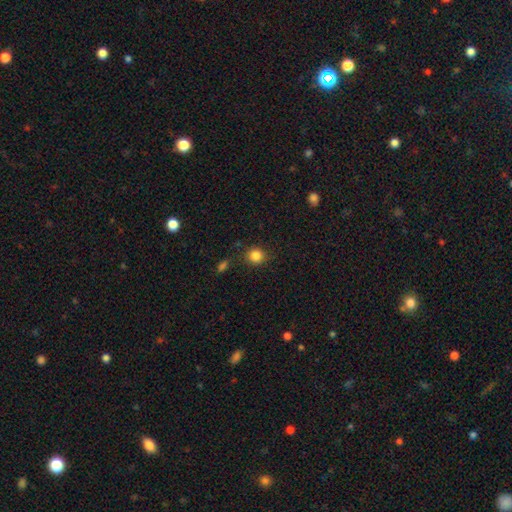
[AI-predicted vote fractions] Smooth or featured?
  - smooth: 85% *
  - star or artifact: 11%
  - featured or disk: 4%
How rounded?
  - round: 88% *
  - in between: 11%
  - cigar-shaped: 1%
Merging?
  - none: 84% *
  - minor disturbance: 10%
  - major disturbance: 3%
  - merger: 3%